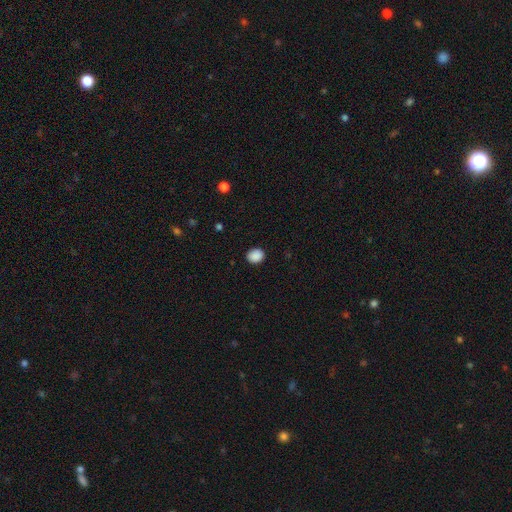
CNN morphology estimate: A smooth galaxy with no disk features (89%) that is round (58%).

Vote fractions:
- Smooth or featured? smooth: 89% / star or artifact: 9% / featured or disk: 3%
- How rounded? round: 58% / in between: 41% / cigar-shaped: 1%
- Merging? none: 88% / minor disturbance: 8% / major disturbance: 2% / merger: 1%